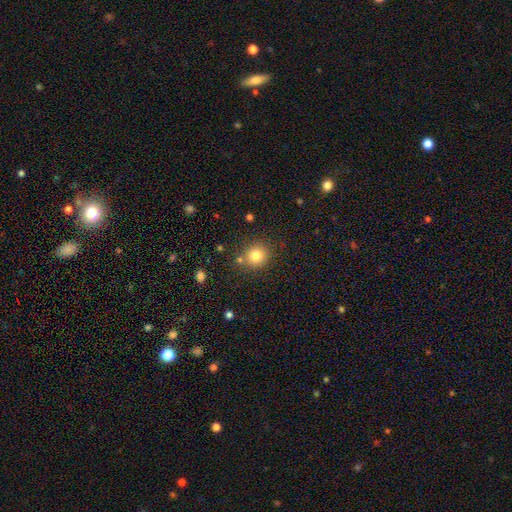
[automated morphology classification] smooth-or-featured: smooth: 80% | star or artifact: 12% | featured or disk: 8%
  how-rounded: round: 86% | in between: 13% | cigar-shaped: 1%
  merging: none: 79% | minor disturbance: 10% | merger: 9% | major disturbance: 3%